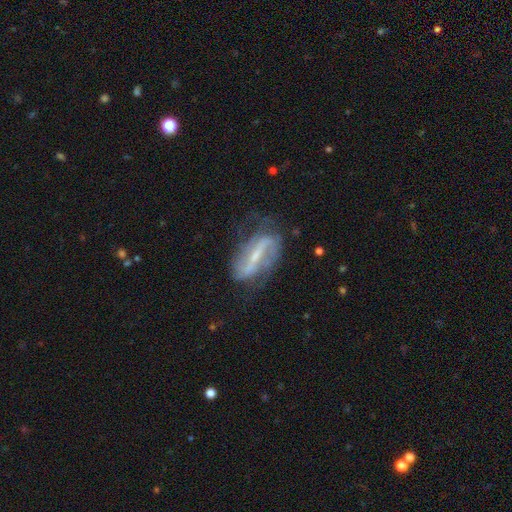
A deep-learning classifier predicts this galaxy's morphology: Overall: featured or disk (82%). Edge-on disk: no (89%). Bar: strong (68%). Spiral arms: yes (86%). Spiral arm count: 2 (82%). Spiral winding: loose (46%; medium 35%). Bulge size: small (63%; moderate 24%). Merging: none (64%).